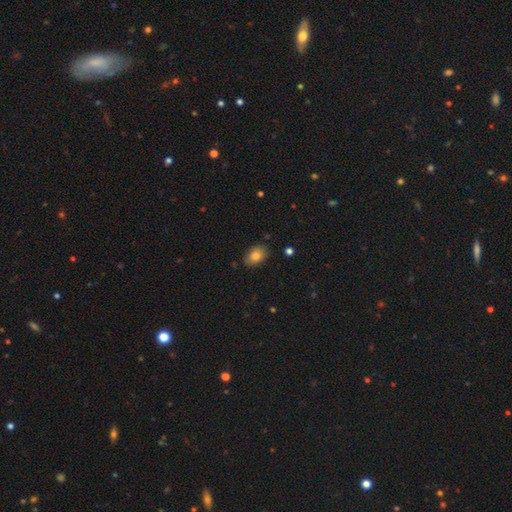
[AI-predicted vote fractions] A smooth galaxy with no disk features (82%) that is in between round and cigar-shaped (83%).

Vote fractions:
- Smooth or featured? smooth: 82% / featured or disk: 10% / star or artifact: 8%
- How rounded? in between: 83% / round: 16% / cigar-shaped: 1%
- Merging? none: 84% / minor disturbance: 13% / major disturbance: 2% / merger: 1%